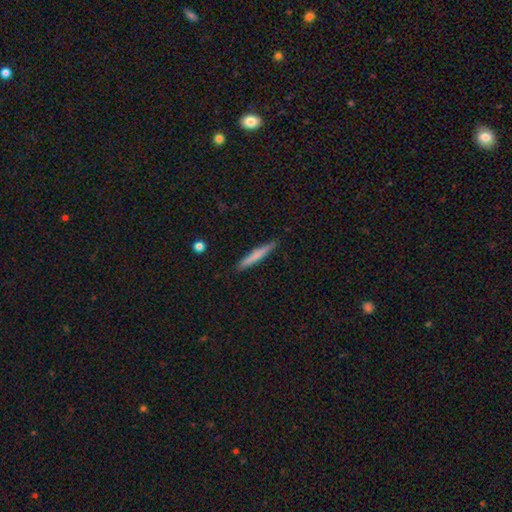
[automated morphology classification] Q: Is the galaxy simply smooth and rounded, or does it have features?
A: smooth — 70%.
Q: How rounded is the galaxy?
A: cigar-shaped — 96%.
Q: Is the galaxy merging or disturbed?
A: none — 89%.